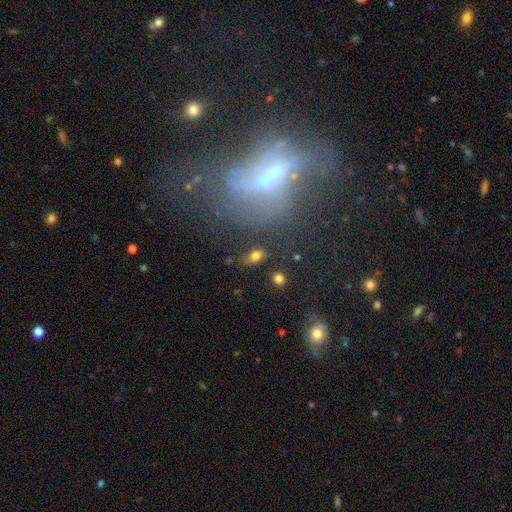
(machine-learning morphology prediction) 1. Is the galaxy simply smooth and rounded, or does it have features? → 74% smooth, 13% star or artifact, 12% featured or disk.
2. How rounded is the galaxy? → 75% in between, 21% round, 4% cigar-shaped.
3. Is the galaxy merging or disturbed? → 69% none, 16% minor disturbance, 8% major disturbance, 7% merger.